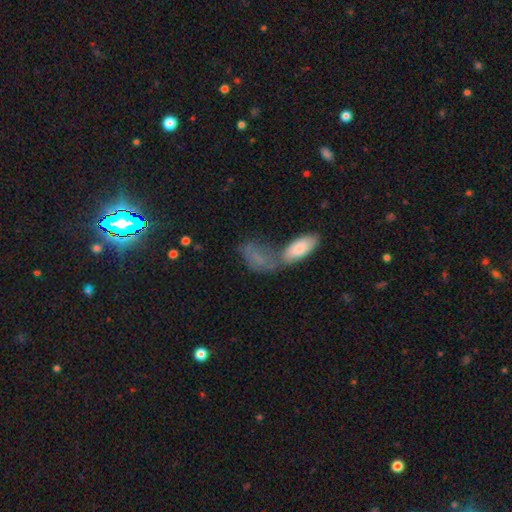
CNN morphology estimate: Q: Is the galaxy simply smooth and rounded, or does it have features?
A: smooth — 70%.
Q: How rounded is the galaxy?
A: in between — 84%.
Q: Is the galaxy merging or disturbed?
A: merger — 49%.